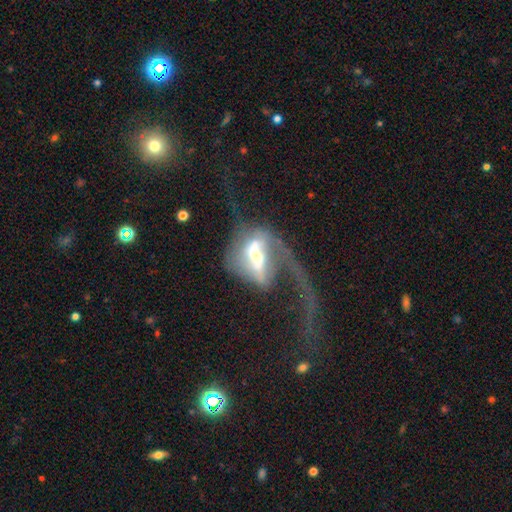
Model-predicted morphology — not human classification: Overall: featured or disk (68%). Edge-on disk: no (93%). Bar: weak (35%, tied with strong). Spiral arms: yes (63%; no 37%). Bulge size: moderate (43%; small 25%). Merging: major disturbance (61%).